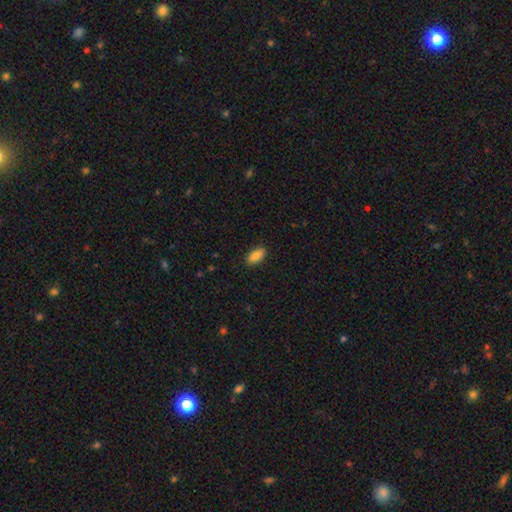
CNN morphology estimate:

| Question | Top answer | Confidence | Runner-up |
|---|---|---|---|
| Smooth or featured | smooth | 86% | featured or disk (7%) |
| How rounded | in between | 91% | cigar-shaped (6%) |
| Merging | none | 89% | minor disturbance (8%) |